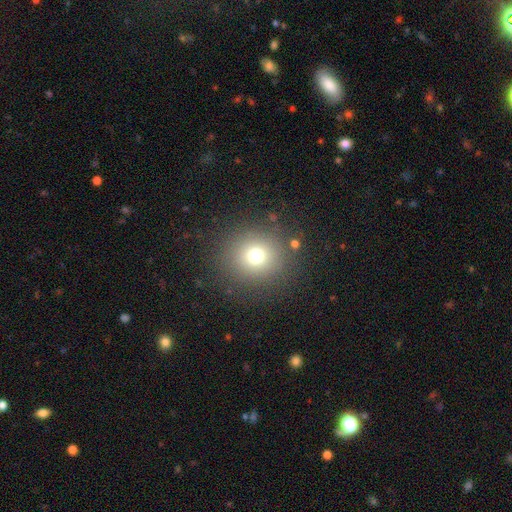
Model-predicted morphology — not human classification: A smooth galaxy with no disk features (70%) that is round (91%).

Vote fractions:
- Smooth or featured? smooth: 70% / star or artifact: 19% / featured or disk: 10%
- How rounded? round: 91% / in between: 8% / cigar-shaped: 1%
- Merging? none: 89% / minor disturbance: 6% / major disturbance: 3% / merger: 2%